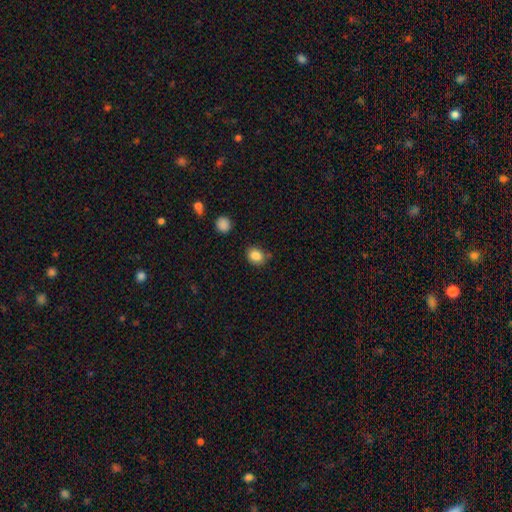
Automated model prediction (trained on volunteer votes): Smooth or featured? smooth (85%)
How rounded? round (50%)
Merging? none (71%)